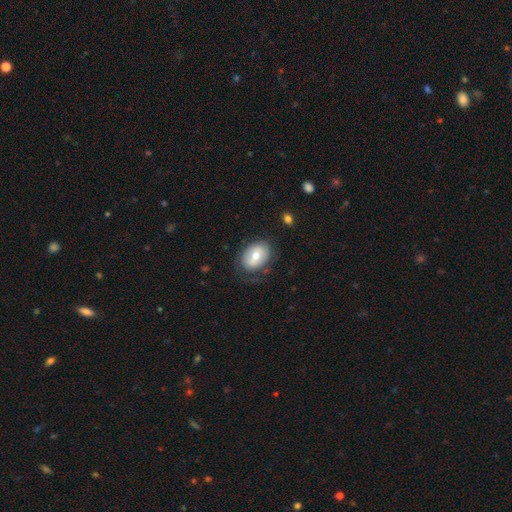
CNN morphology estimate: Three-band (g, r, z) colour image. It shows a smooth galaxy with no disk features (60%) that is in between round and cigar-shaped (77%). Merging: none (67%).